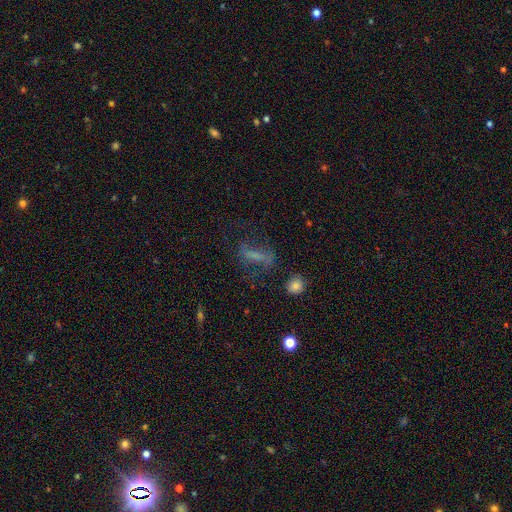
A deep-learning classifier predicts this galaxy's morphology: type=smooth (41%); merging=none (52%).